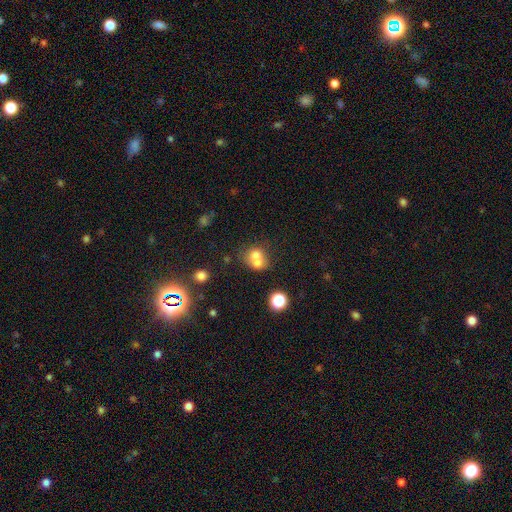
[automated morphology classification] This appears to be a smooth galaxy with no disk features (68%) that is round (70%). Merging: merger (63%).